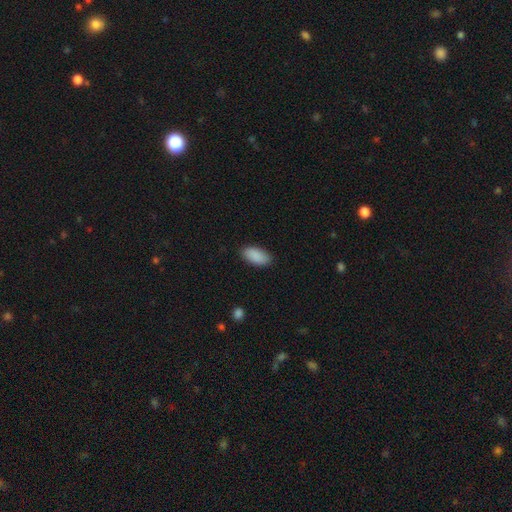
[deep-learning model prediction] The model was most divided on "merging": none: 87%, minor disturbance: 9%, major disturbance: 2%, merger: 1%. More confident: how rounded — in between (93%); smooth or featured — smooth (90%).